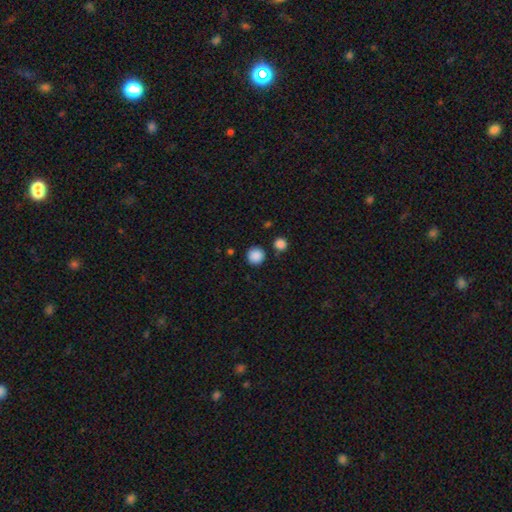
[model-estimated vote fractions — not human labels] Smooth or featured?
  - smooth: 88% *
  - star or artifact: 10%
  - featured or disk: 3%
How rounded?
  - round: 95% *
  - in between: 4%
  - cigar-shaped: 1%
Merging?
  - none: 85% *
  - minor disturbance: 7%
  - merger: 6%
  - major disturbance: 3%